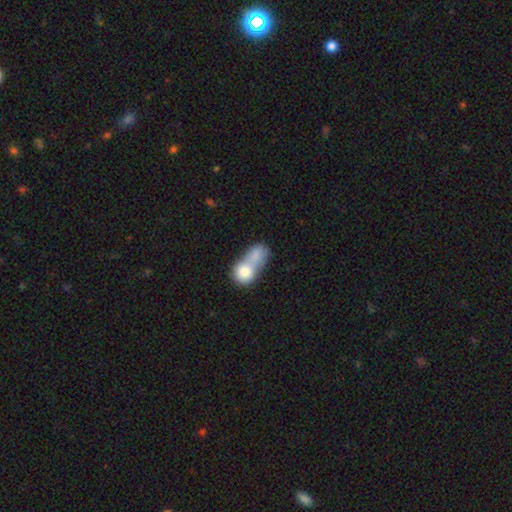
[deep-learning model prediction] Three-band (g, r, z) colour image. It shows a smooth galaxy with no disk features (77%) that is in between round and cigar-shaped (51%). Merging: merger (77%).